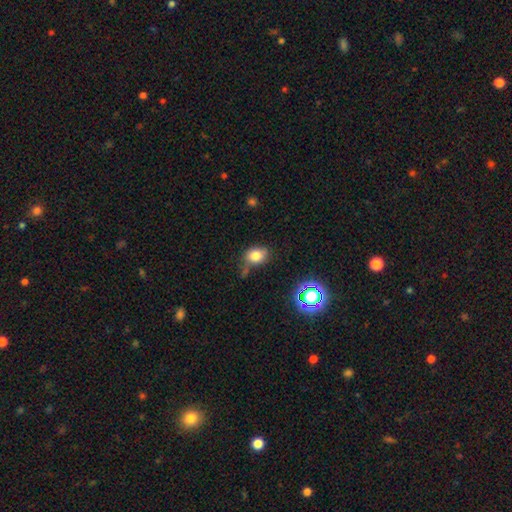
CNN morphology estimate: type=smooth (78%); roundness=in between (62%); merging=none (59%).